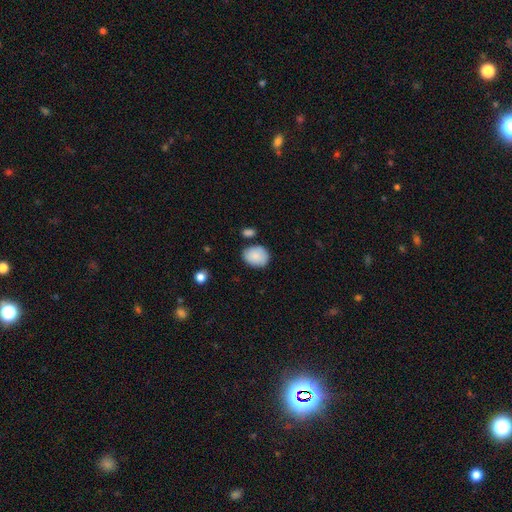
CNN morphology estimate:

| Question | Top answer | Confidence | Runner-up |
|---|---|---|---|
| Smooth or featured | smooth | 86% | featured or disk (7%) |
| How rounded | in between | 52% | round (47%) |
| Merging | none | 73% | minor disturbance (17%) |